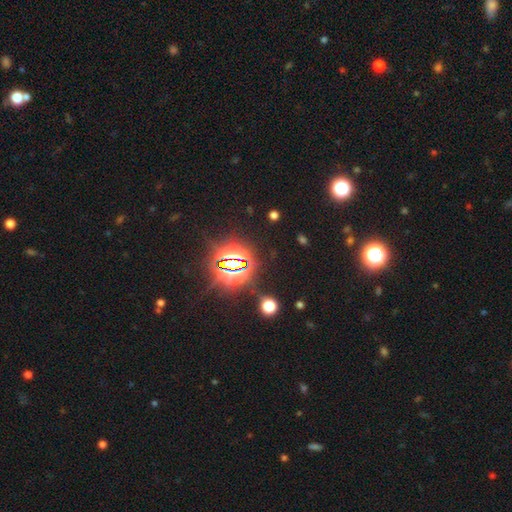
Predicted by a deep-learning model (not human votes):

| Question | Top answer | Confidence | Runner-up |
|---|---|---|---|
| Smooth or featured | star or artifact | 84% | smooth (10%) |